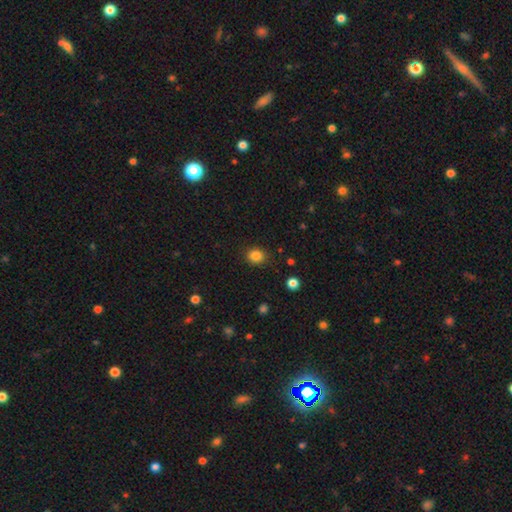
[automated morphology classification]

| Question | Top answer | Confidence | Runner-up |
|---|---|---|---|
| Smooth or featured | smooth | 84% | star or artifact (12%) |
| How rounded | round | 75% | in between (24%) |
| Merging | none | 86% | minor disturbance (10%) |